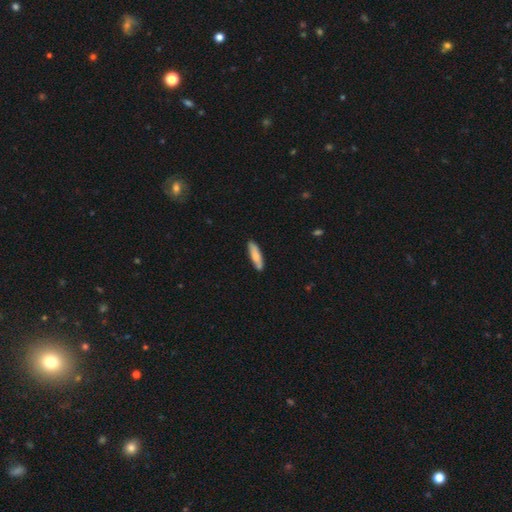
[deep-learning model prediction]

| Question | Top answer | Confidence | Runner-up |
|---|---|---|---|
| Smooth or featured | smooth | 76% | featured or disk (19%) |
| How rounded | cigar-shaped | 73% | in between (26%) |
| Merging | none | 82% | minor disturbance (13%) |